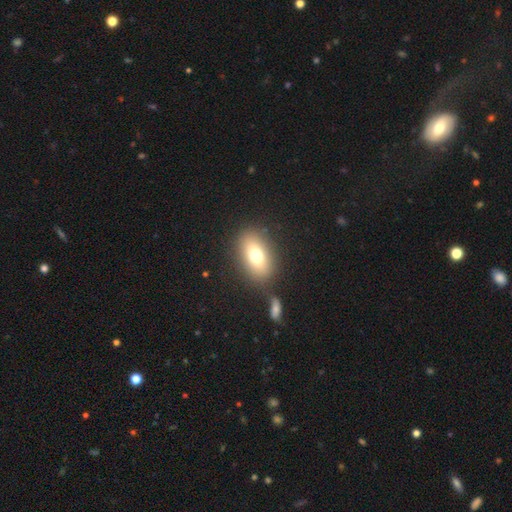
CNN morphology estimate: The model was most divided on "smooth or featured": smooth: 73%, featured or disk: 17%, star or artifact: 10%. More confident: how rounded — in between (83%); merging — none (79%).